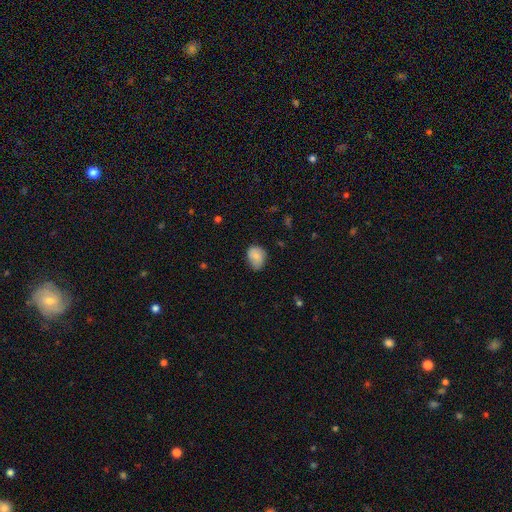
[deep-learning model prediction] This is clearly a smooth galaxy (81%). How rounded: likely in between (60%). Merging: possibly none (57%).